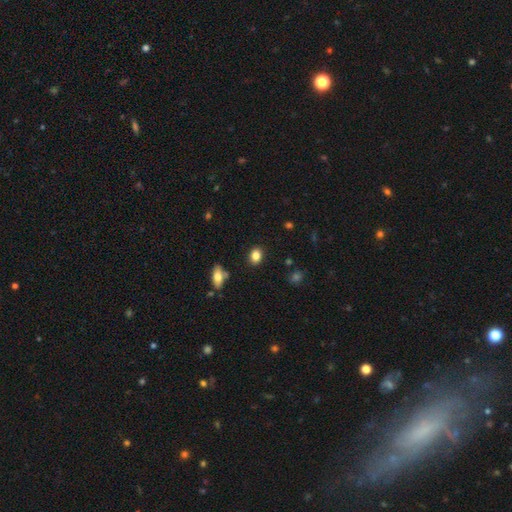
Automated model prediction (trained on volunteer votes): Morphology: type=smooth (85%); roundness=in between (62%); merging=none (87%).